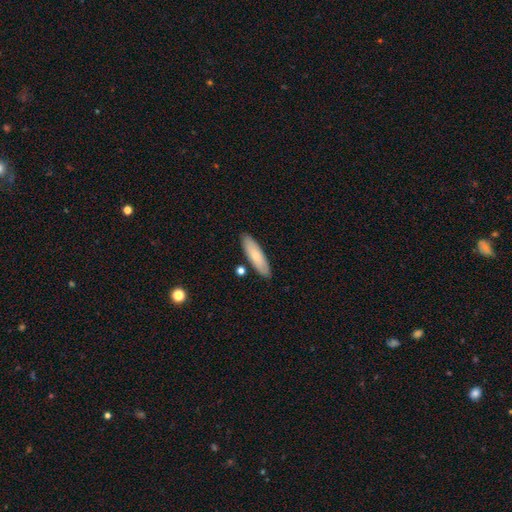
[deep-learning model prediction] Overall: smooth (72%). How rounded: cigar-shaped (55%; in between 43%). Merging: none (85%).